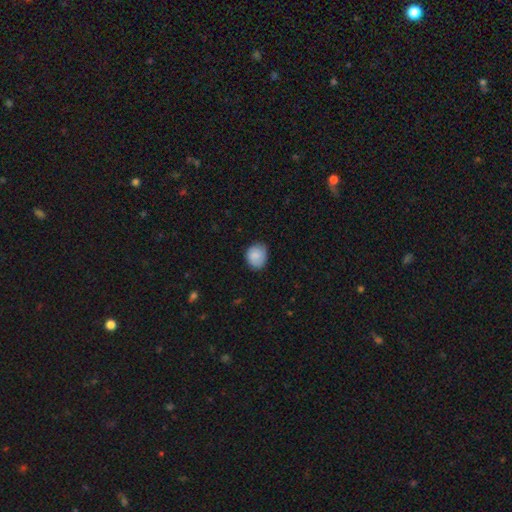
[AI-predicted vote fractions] smooth-or-featured: smooth: 84% | featured or disk: 9% | star or artifact: 7%
  how-rounded: round: 63% | in between: 36% | cigar-shaped: 1%
  merging: none: 74% | minor disturbance: 21% | major disturbance: 3% | merger: 1%